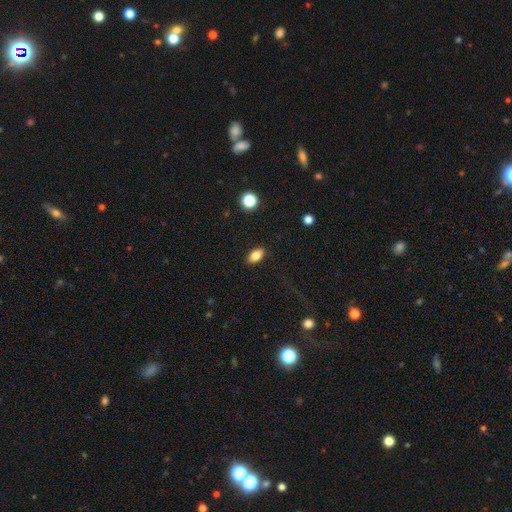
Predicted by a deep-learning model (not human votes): smooth_or_featured: smooth (p=0.80) [alt: featured or disk p=0.11]
how_rounded: in between (p=0.88) [alt: round p=0.08]
merging: none (p=0.88) [alt: minor disturbance p=0.08]